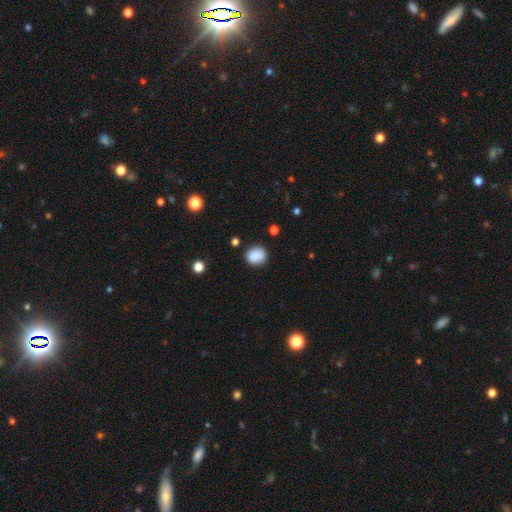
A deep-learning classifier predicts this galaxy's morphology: Smooth or featured: smooth — 85% (star or artifact — 9%)
How rounded: round — 72% (in between — 27%)
Merging: none — 80% (minor disturbance — 13%)